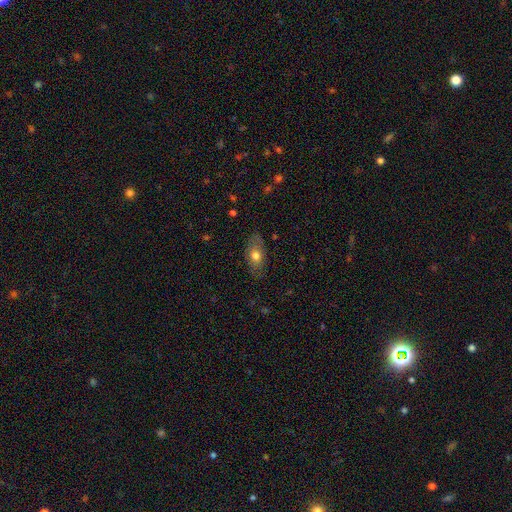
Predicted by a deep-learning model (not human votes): This is likely a smooth galaxy (66%). How rounded: clearly in between (85%). Merging: likely none (77%).